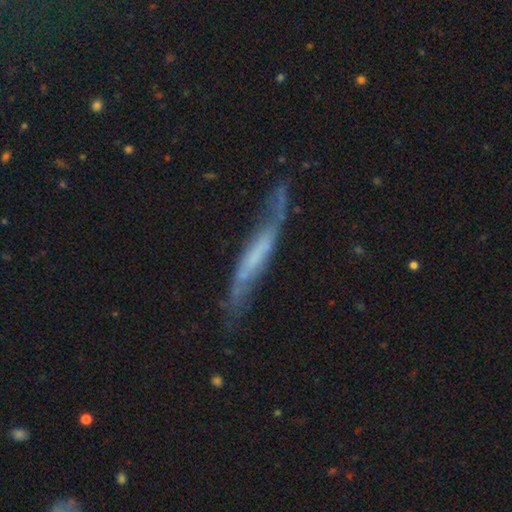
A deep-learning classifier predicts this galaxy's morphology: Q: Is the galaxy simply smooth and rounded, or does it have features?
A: featured or disk — 64%.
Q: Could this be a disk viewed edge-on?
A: yes — 65%.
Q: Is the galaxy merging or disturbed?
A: none — 57%.